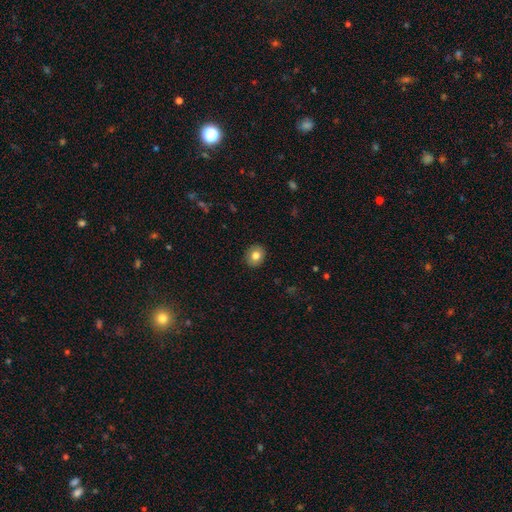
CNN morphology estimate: Smooth or featured: smooth — 80% (featured or disk — 11%)
How rounded: round — 71% (in between — 28%)
Merging: none — 90% (minor disturbance — 8%)